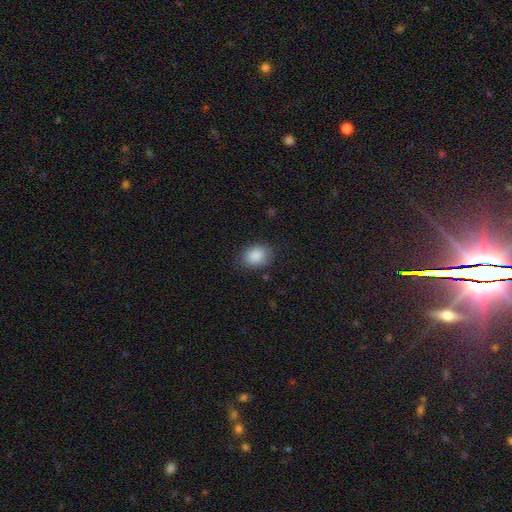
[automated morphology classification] A smooth galaxy with no disk features (88%) that is in between round and cigar-shaped (59%).

Vote fractions:
- Smooth or featured? smooth: 88% / star or artifact: 8% / featured or disk: 4%
- How rounded? in between: 59% / round: 40% / cigar-shaped: 1%
- Merging? none: 81% / minor disturbance: 14% / major disturbance: 4% / merger: 1%